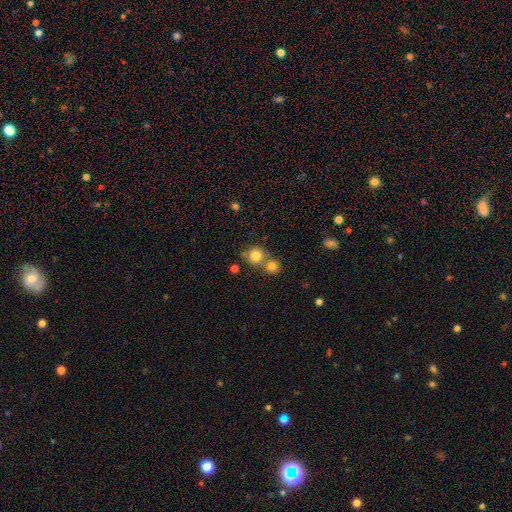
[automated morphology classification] Smooth or featured: smooth — 81% (star or artifact — 12%)
How rounded: round — 90% (in between — 9%)
Merging: none — 55% (merger — 36%)